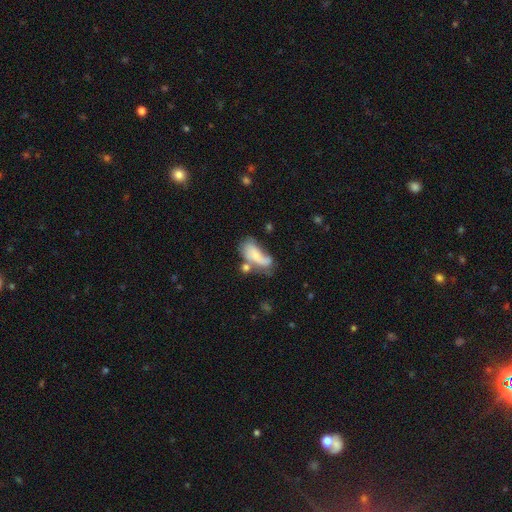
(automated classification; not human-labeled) Smooth or featured? Predicted: smooth (p=0.62). How rounded? Predicted: in between (p=0.80). Merging? Predicted: merger (p=0.29).